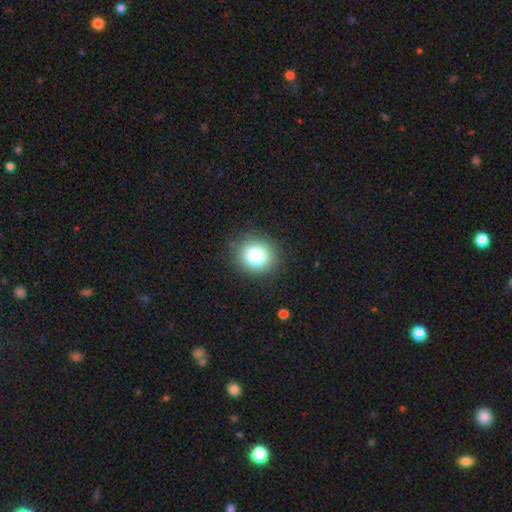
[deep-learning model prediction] A smooth galaxy with no disk features (81%) that is round (84%).

Vote fractions:
- Smooth or featured? smooth: 81% / star or artifact: 11% / featured or disk: 8%
- How rounded? round: 84% / in between: 15% / cigar-shaped: 1%
- Merging? none: 89% / minor disturbance: 7% / major disturbance: 3% / merger: 1%